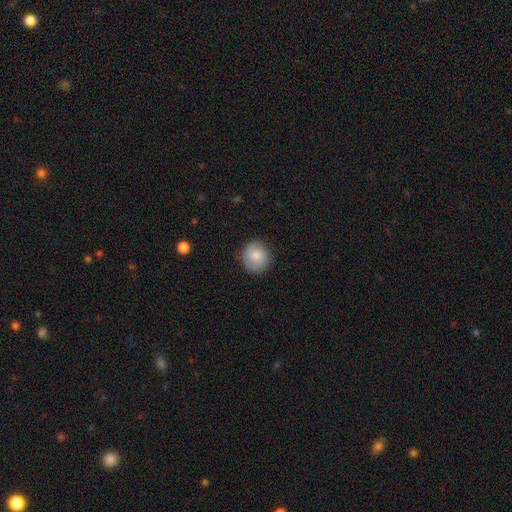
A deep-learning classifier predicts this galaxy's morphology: Smooth or featured? Predicted: smooth (p=0.78). How rounded? Predicted: round (p=0.87). Merging? Predicted: none (p=0.83).